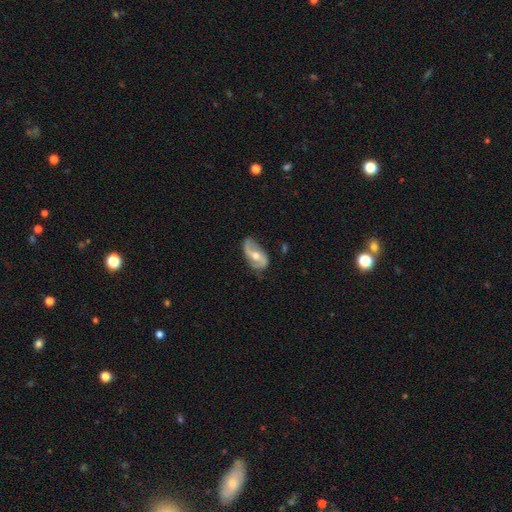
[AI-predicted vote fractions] featured or disk 75%, smooth 19%, star or artifact 6%. Down the decision tree: edge-on disk — no (94%); bar — no (42%); spiral arms — yes (88%); spiral arm count — 2 (86%); spiral winding — loose (52%); bulge size — moderate (71%); merging — none (66%).